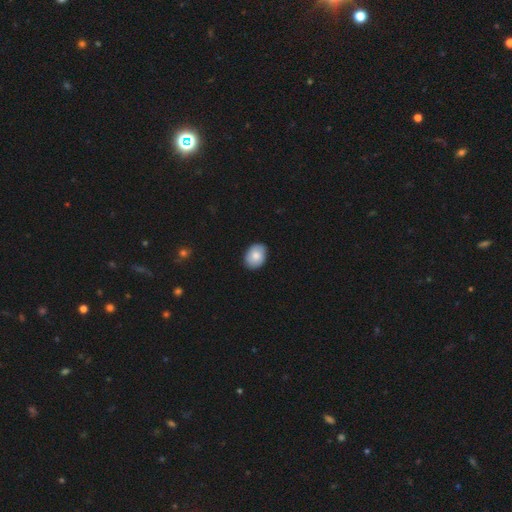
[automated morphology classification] smooth-or-featured: smooth: 79% | featured or disk: 14% | star or artifact: 7%
  how-rounded: in between: 69% | round: 30% | cigar-shaped: 1%
  merging: none: 87% | minor disturbance: 10% | major disturbance: 2% | merger: 1%